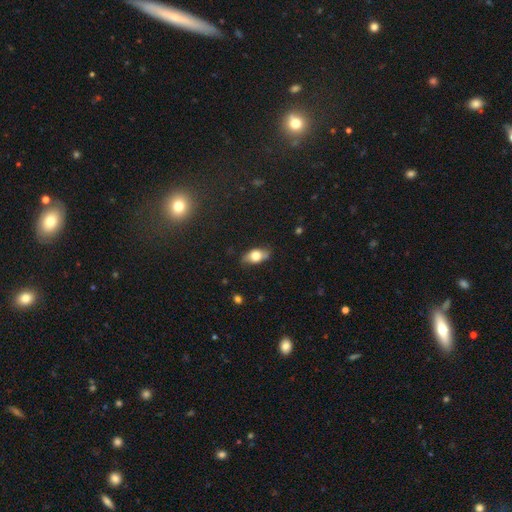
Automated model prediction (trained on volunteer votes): This is likely a smooth galaxy (67%). How rounded: clearly in between (84%). Merging: likely none (77%).